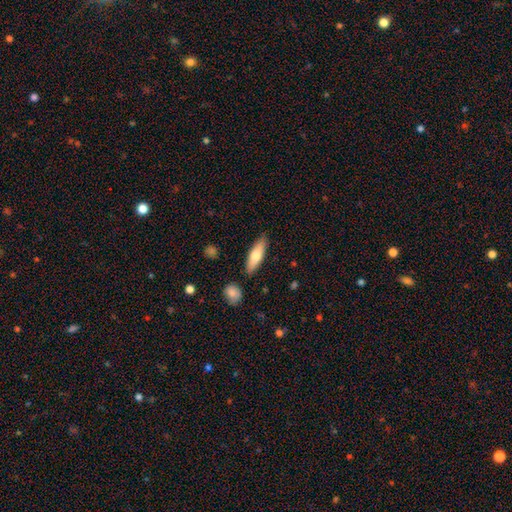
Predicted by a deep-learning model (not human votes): smooth-or-featured: smooth: 70% | featured or disk: 24% | star or artifact: 6%
  how-rounded: cigar-shaped: 53% | in between: 45% | round: 2%
  merging: none: 86% | minor disturbance: 9% | merger: 2% | major disturbance: 2%